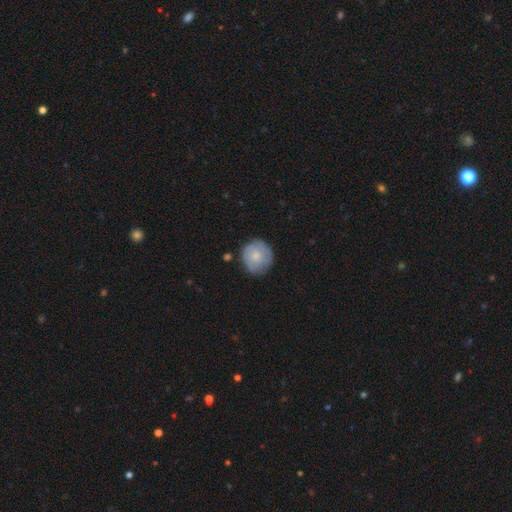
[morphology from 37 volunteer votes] type=smooth (89%); roundness=round (79%); merging=none (75%).